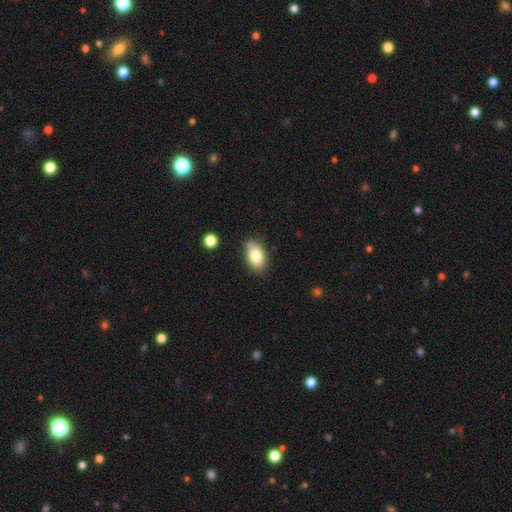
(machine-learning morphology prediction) smooth_or_featured: smooth (p=0.81) [alt: featured or disk p=0.11]
how_rounded: in between (p=0.89) [alt: round p=0.10]
merging: none (p=0.73) [alt: minor disturbance p=0.19]